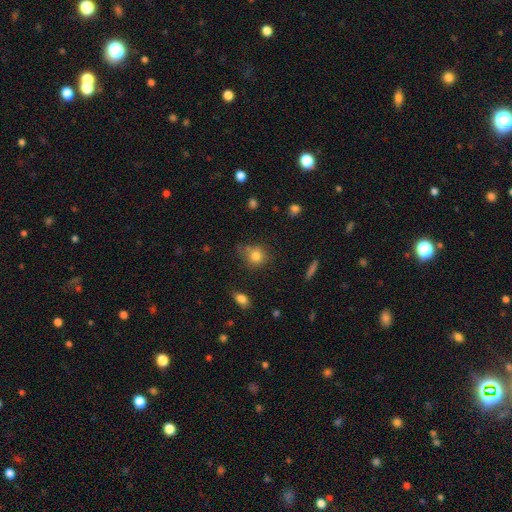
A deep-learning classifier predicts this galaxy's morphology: This is likely a smooth galaxy (79%). How rounded: likely round (75%). Merging: likely none (62%).